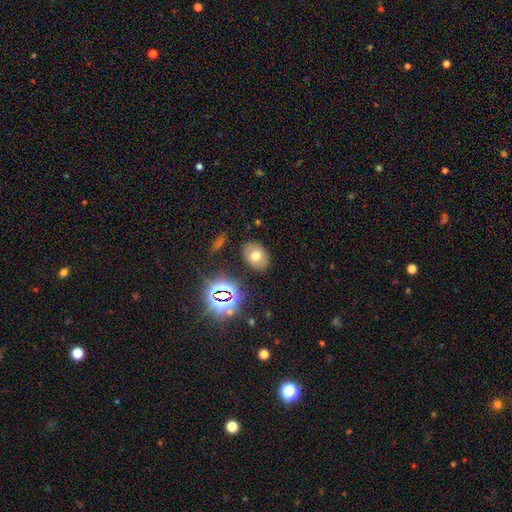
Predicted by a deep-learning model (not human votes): This appears to be a smooth galaxy with no disk features (64%) that is in between round and cigar-shaped (75%). Merging: none (85%).